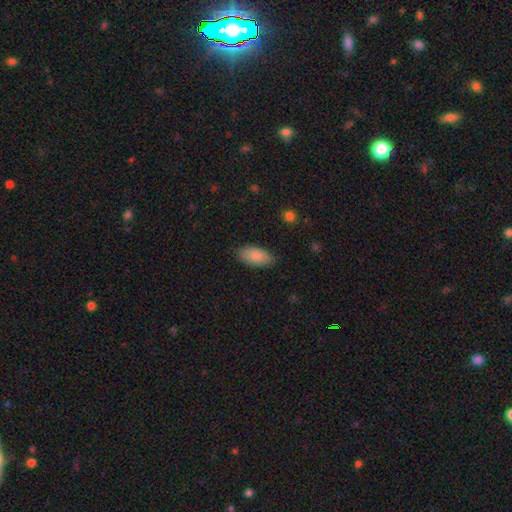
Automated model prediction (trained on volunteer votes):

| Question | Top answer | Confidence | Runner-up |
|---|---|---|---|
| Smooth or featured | smooth | 85% | featured or disk (9%) |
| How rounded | in between | 93% | cigar-shaped (4%) |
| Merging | none | 83% | minor disturbance (13%) |